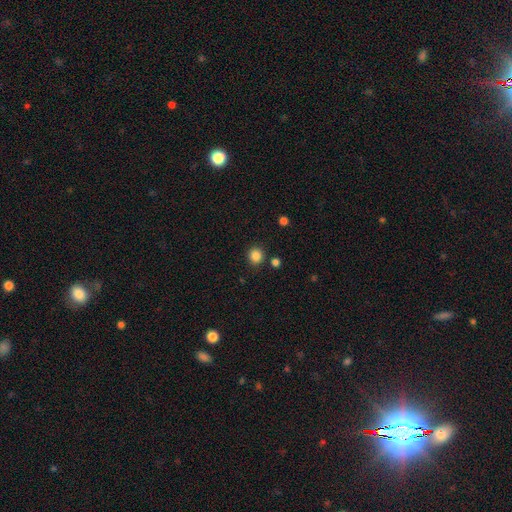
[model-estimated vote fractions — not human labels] Q: Smooth or featured?
A: smooth (85%); runner-up: star or artifact (12%)
Q: How rounded?
A: round (90%); runner-up: in between (9%)
Q: Merging?
A: none (87%); runner-up: minor disturbance (7%)